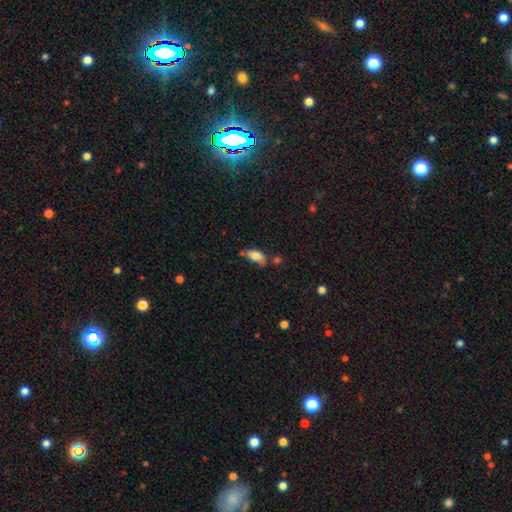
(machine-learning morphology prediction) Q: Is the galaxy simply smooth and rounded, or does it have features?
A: smooth — 78%.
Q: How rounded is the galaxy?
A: in between — 90%.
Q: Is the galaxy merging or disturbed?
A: none — 49%.